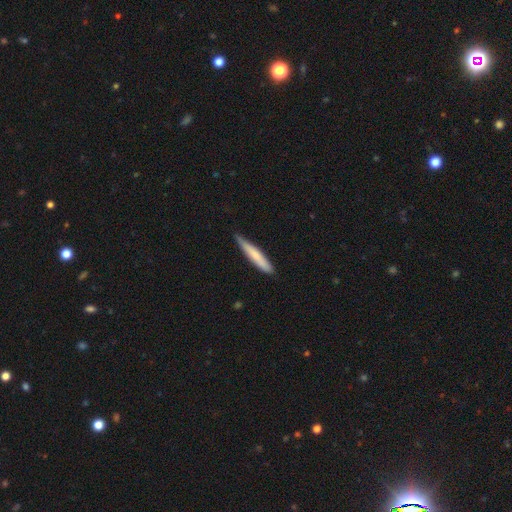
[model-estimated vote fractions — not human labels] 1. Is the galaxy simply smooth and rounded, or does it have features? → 71% smooth, 24% featured or disk, 5% star or artifact.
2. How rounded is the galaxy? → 93% cigar-shaped, 6% in between, 1% round.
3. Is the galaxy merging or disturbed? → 73% none, 23% minor disturbance, 2% major disturbance, 1% merger.